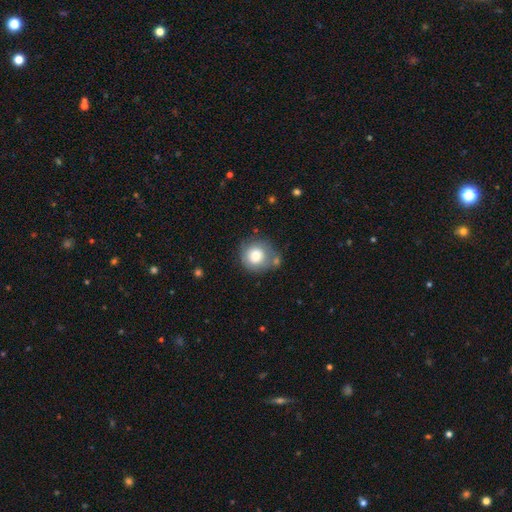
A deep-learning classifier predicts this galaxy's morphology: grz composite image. It shows a smooth galaxy with no disk features (78%) that is round (90%). Merging: none (61%).